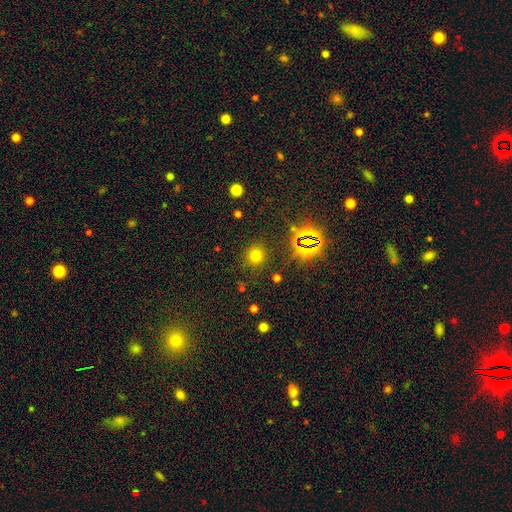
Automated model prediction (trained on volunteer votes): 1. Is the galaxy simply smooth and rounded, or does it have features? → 66% smooth, 27% star or artifact, 7% featured or disk.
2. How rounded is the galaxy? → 91% round, 8% in between, 1% cigar-shaped.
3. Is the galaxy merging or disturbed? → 87% none, 8% minor disturbance, 4% major disturbance, 2% merger.